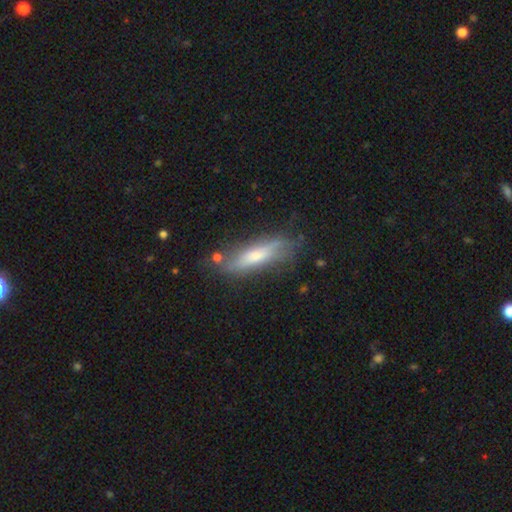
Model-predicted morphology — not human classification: type=smooth (49%); merging=none (65%).